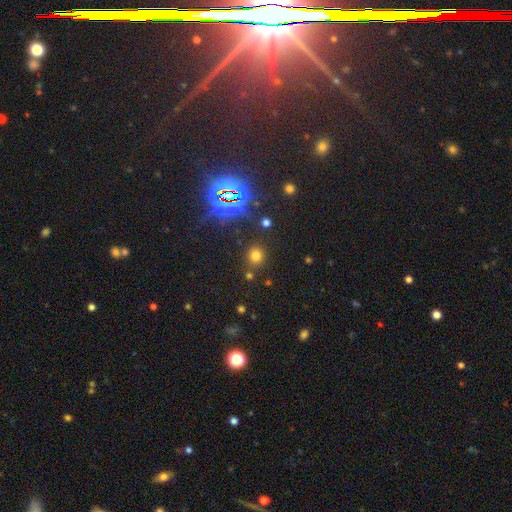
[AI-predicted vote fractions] This is likely a smooth galaxy (66%). How rounded: clearly round (84%). Merging: clearly none (82%).